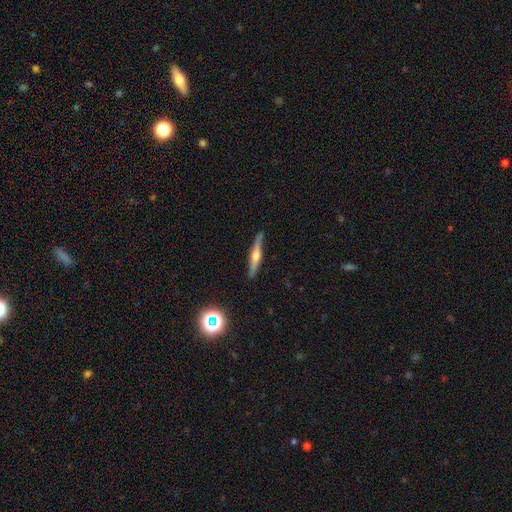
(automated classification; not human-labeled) A featured or disk galaxy (67%) viewed edge-on (95%) with a rounded central bulge (88%). Merging: none (84%).